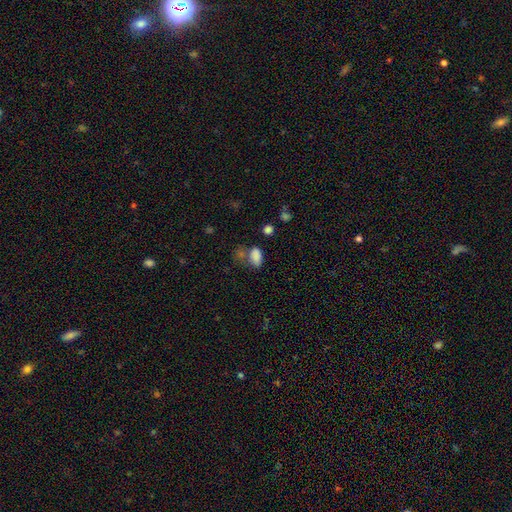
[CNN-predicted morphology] smooth 82%, star or artifact 12%, featured or disk 6%. Down the decision tree: how rounded — in between (89%); merging — none (48%).